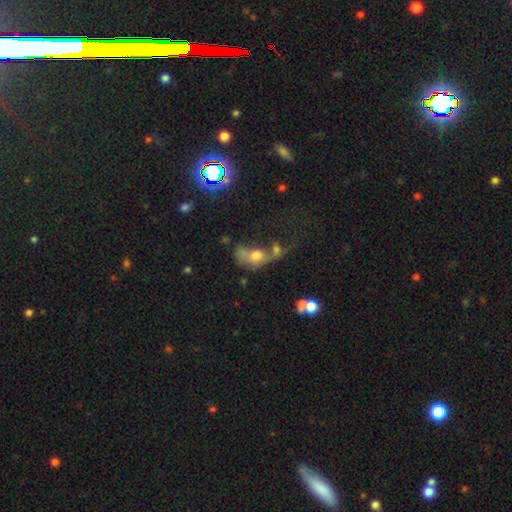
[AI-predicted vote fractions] Q: Smooth or featured?
A: smooth (56%); runner-up: featured or disk (26%)
Q: How rounded?
A: in between (69%); runner-up: round (26%)
Q: Merging?
A: merger (53%); runner-up: major disturbance (20%)